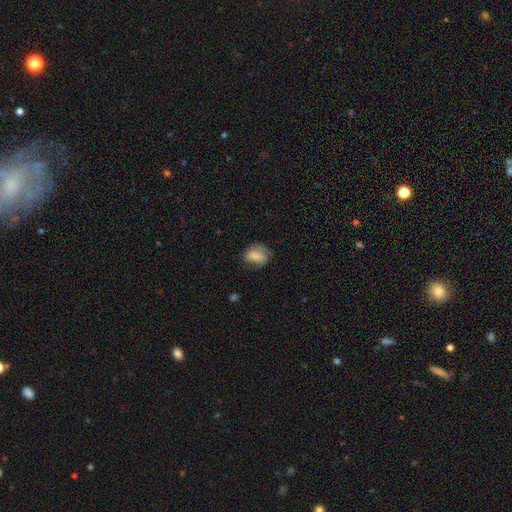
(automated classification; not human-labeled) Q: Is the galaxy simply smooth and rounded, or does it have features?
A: smooth — 71%.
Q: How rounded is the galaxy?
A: in between — 62%.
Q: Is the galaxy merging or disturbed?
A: none — 54%.